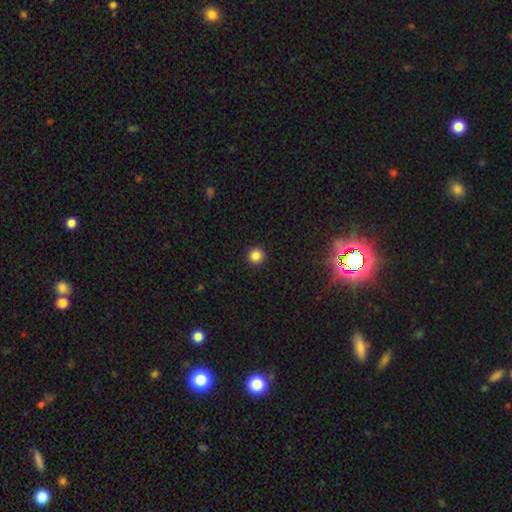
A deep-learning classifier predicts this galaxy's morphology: smooth-or-featured: smooth: 85% | star or artifact: 12% | featured or disk: 3%
  how-rounded: round: 96% | in between: 3% | cigar-shaped: 1%
  merging: none: 93% | minor disturbance: 4% | major disturbance: 2% | merger: 1%